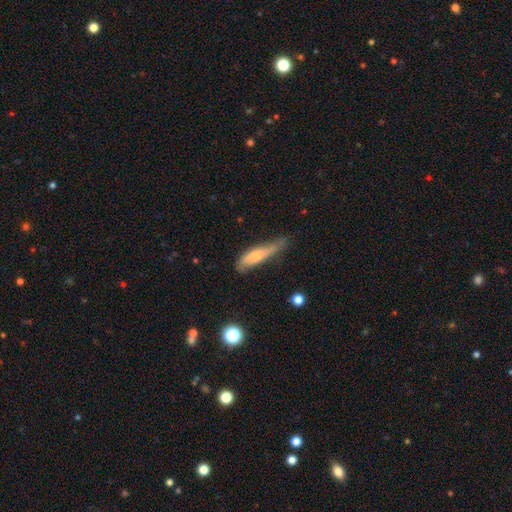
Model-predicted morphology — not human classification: Smooth or featured?
  - smooth: 57% *
  - featured or disk: 36%
  - star or artifact: 7%
How rounded?
  - cigar-shaped: 76% *
  - in between: 22%
  - round: 2%
Merging?
  - minor disturbance: 42% *
  - none: 39%
  - major disturbance: 15%
  - merger: 3%